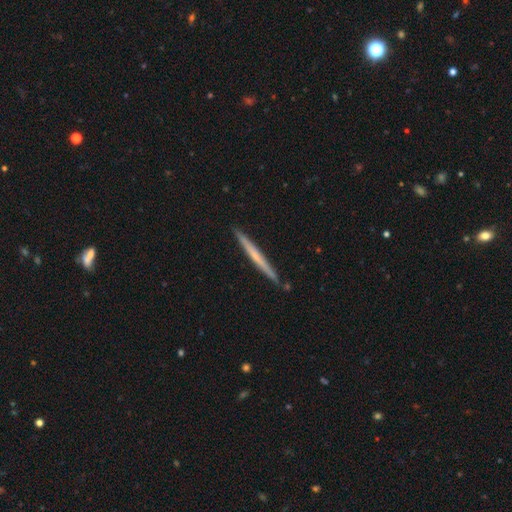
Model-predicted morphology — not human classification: smooth_or_featured: featured or disk (p=0.52) [alt: smooth p=0.43]
disk_edge_on: yes (p=0.97) [alt: no p=0.03]
edge_on_bulge: none (p=0.77) [alt: rounded p=0.19]
merging: none (p=0.90) [alt: minor disturbance p=0.07]